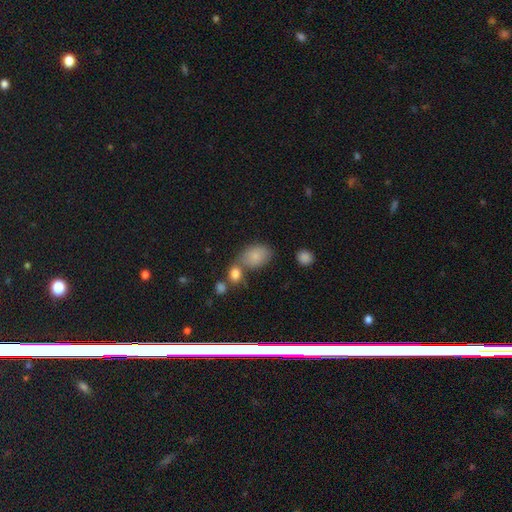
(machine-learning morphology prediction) Smooth or featured? smooth (81%)
How rounded? in between (82%)
Merging? none (53%)